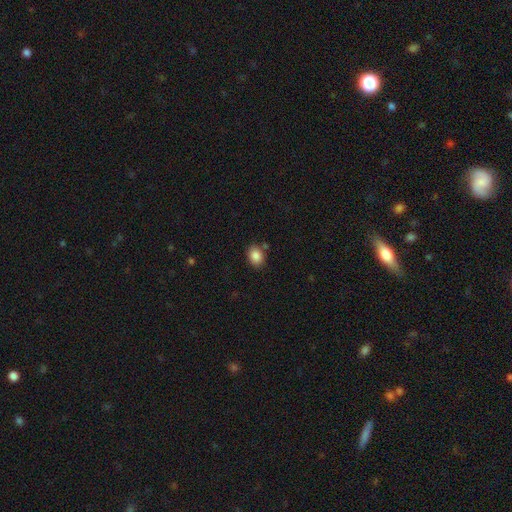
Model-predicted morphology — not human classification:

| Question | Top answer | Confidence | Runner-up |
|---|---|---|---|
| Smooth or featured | smooth | 87% | star or artifact (9%) |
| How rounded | in between | 66% | round (33%) |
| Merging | none | 79% | minor disturbance (12%) |